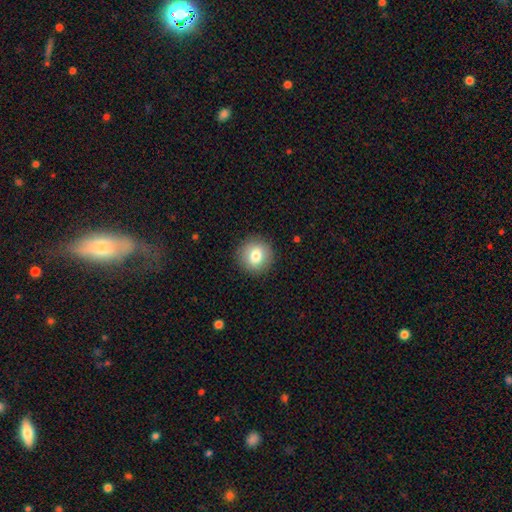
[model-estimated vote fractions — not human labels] Smooth or featured? smooth (80%)
How rounded? round (92%)
Merging? none (91%)